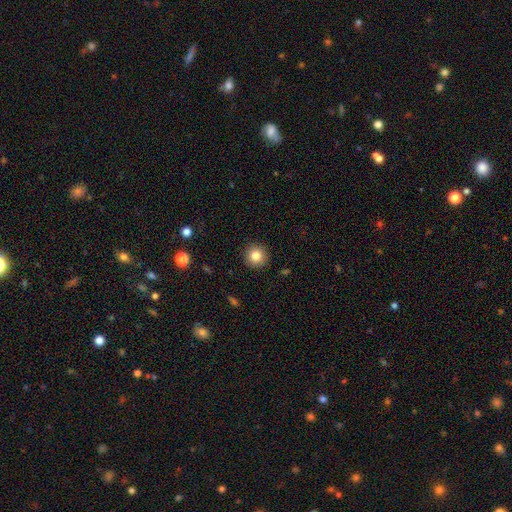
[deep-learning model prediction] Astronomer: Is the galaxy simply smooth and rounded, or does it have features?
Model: smooth — 81%.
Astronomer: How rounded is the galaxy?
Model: round — 95%.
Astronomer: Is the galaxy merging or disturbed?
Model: none — 92%.